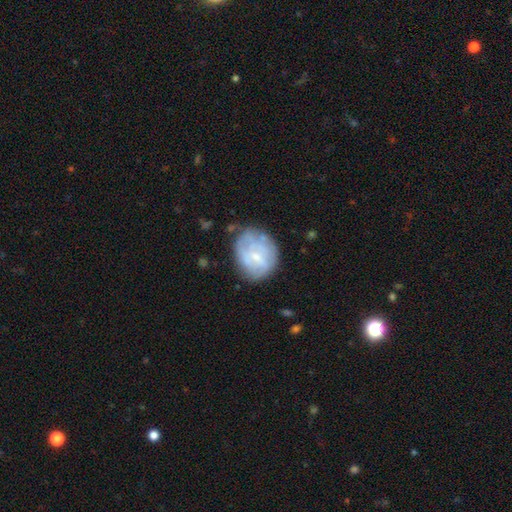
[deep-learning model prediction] Smooth or featured: featured or disk — 49% (smooth — 43%)
Merging: none — 56% (minor disturbance — 27%)